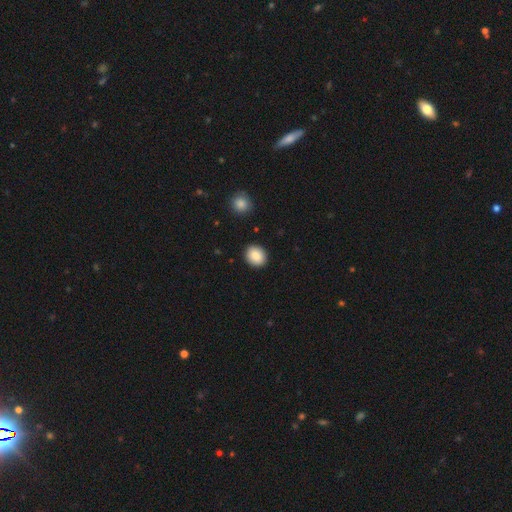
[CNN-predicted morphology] type=smooth (87%); roundness=round (64%); merging=none (90%).